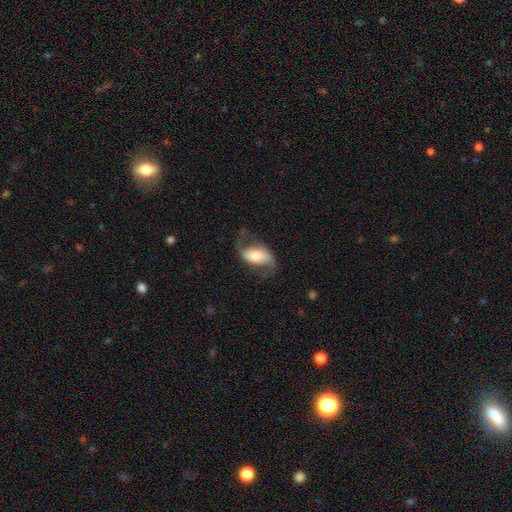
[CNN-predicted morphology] Smooth or featured?
  - featured or disk: 70% *
  - smooth: 23%
  - star or artifact: 7%
Edge-on disk?
  - no: 95% *
  - yes: 5%
Bar?
  - no: 38% *
  - weak: 35%
  - strong: 27%
Spiral arms?
  - yes: 91% *
  - no: 9%
Spiral winding?
  - loose: 71% *
  - medium: 23%
  - tight: 6%
Spiral arm count?
  - 2: 91% *
  - 1: 4%
  - can't tell: 3%
  - 3: 1%
  - 4: 1%
  - more than 4: 1%
Bulge size?
  - moderate: 44% *
  - small: 24%
  - large: 22%
  - dominant: 6%
  - none: 4%
Merging?
  - none: 62% *
  - minor disturbance: 18%
  - major disturbance: 18%
  - merger: 2%